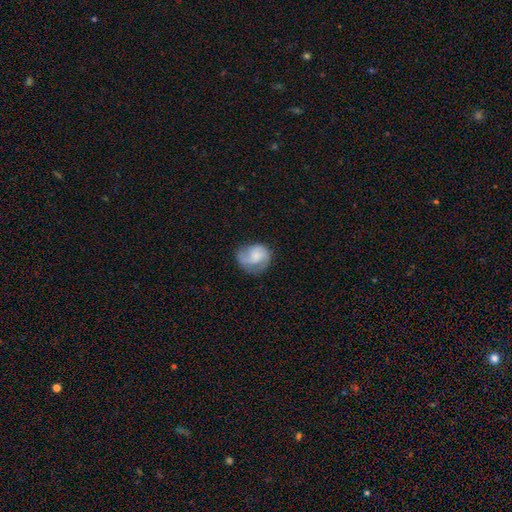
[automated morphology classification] Smooth or featured? featured or disk (47%)
Merging? none (57%)